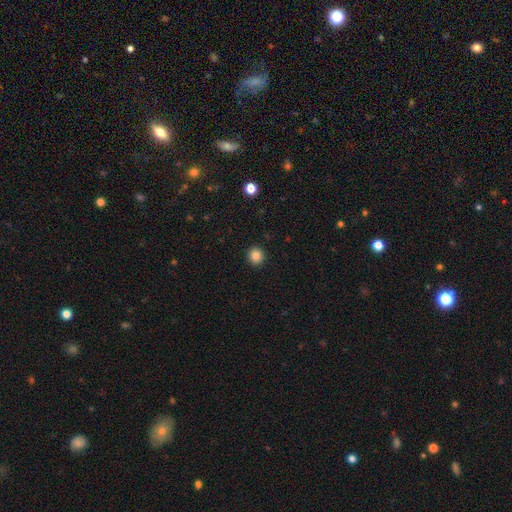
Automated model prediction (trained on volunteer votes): Overall: smooth (84%). How rounded: round (92%). Merging: none (93%).